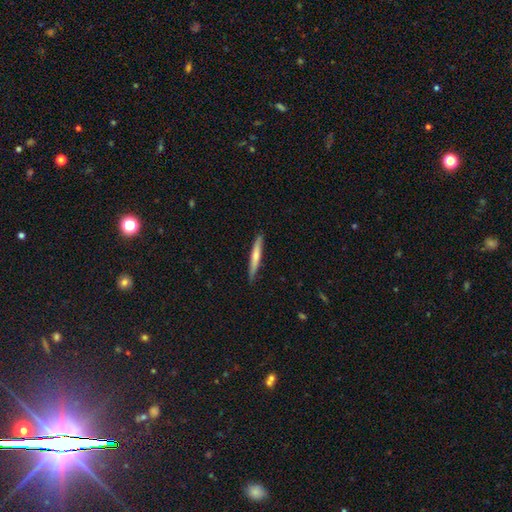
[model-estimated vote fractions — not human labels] Q: Smooth or featured?
A: smooth (60%); runner-up: featured or disk (35%)
Q: How rounded?
A: cigar-shaped (94%); runner-up: in between (5%)
Q: Merging?
A: none (85%); runner-up: minor disturbance (12%)